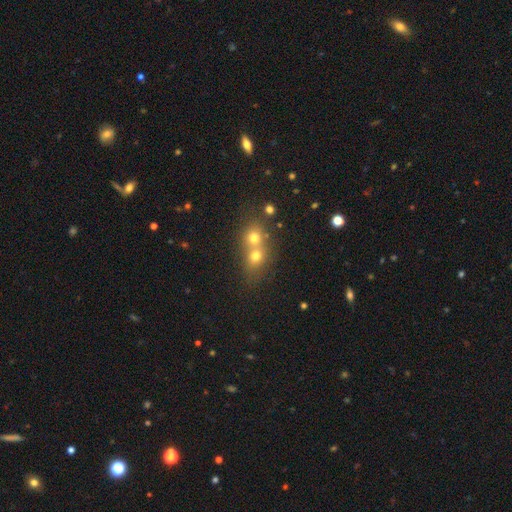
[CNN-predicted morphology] Smooth or featured: smooth — 69% (featured or disk — 16%)
How rounded: round — 73% (in between — 25%)
Merging: merger — 63% (none — 29%)